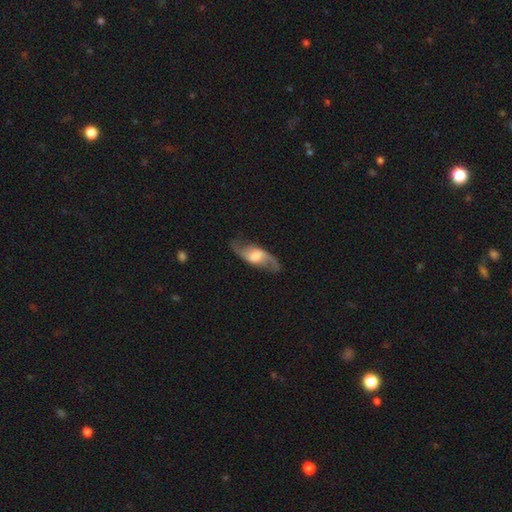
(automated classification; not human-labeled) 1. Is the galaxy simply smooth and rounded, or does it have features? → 81% featured or disk, 14% smooth, 6% star or artifact.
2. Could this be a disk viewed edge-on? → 91% no, 9% yes.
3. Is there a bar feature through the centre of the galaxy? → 46% weak, 38% no, 16% strong.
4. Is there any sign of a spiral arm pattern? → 94% yes, 6% no.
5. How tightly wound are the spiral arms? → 65% loose, 28% medium, 6% tight.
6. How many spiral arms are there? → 93% 2, 3% can't tell, 2% 1, 1% 3, 1% 4, 1% more than 4.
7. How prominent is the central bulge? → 39% moderate, 32% large, 16% small, 9% none, 4% dominant.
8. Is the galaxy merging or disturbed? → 80% none, 13% minor disturbance, 6% major disturbance, 1% merger.